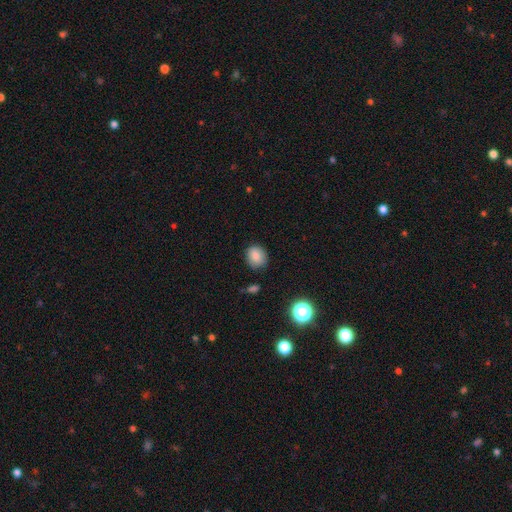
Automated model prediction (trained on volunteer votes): A smooth galaxy with no disk features (84%) that is round (69%).

Vote fractions:
- Smooth or featured? smooth: 84% / star or artifact: 10% / featured or disk: 6%
- How rounded? round: 69% / in between: 30% / cigar-shaped: 1%
- Merging? none: 83% / minor disturbance: 12% / major disturbance: 3% / merger: 2%